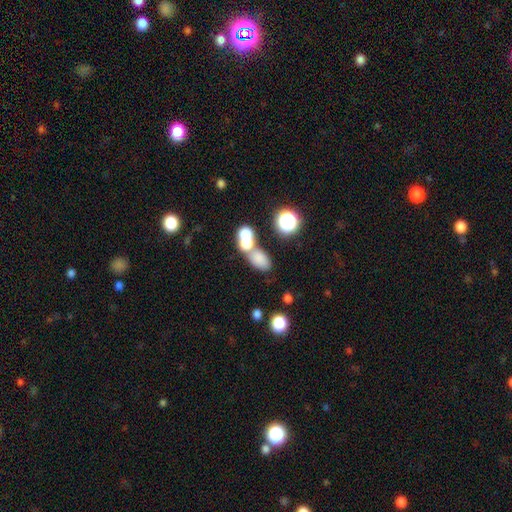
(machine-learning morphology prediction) Q: Smooth or featured?
A: smooth (70%); runner-up: star or artifact (18%)
Q: How rounded?
A: in between (69%); runner-up: round (26%)
Q: Merging?
A: merger (43%); runner-up: none (41%)